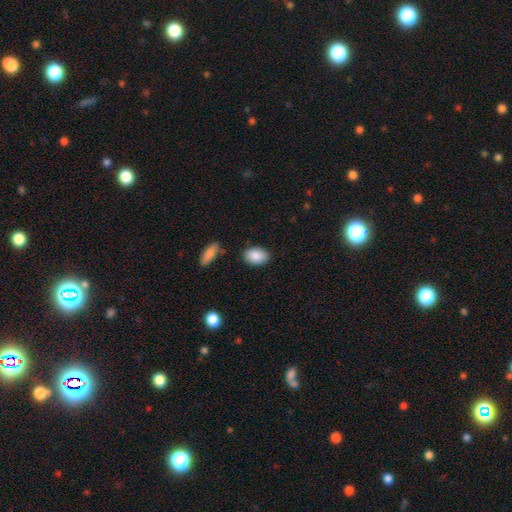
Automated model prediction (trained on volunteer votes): Overall: smooth (88%). How rounded: in between (88%). Merging: none (83%).